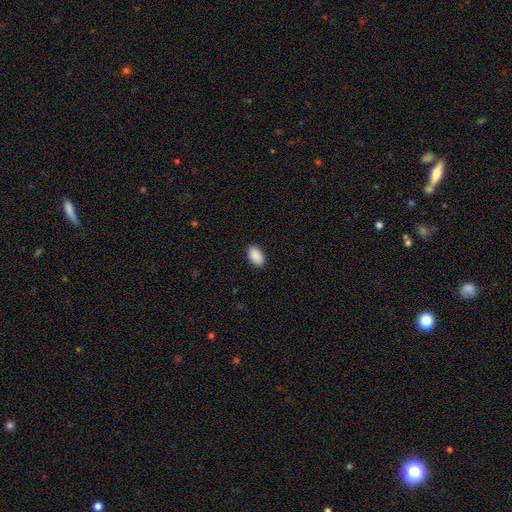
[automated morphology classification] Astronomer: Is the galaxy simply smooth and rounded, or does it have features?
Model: smooth — 91%.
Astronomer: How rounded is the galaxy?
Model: in between — 94%.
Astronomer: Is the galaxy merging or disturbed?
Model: none — 89%.